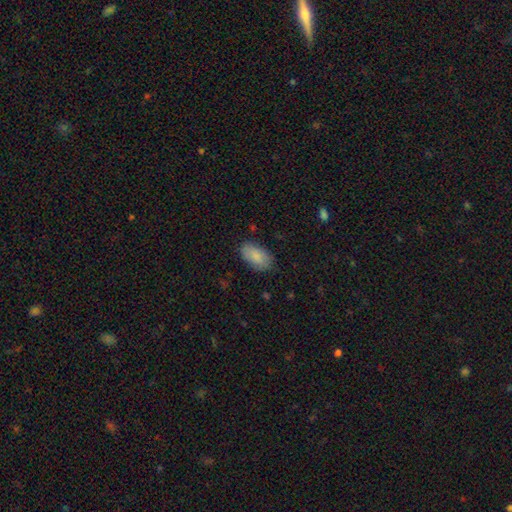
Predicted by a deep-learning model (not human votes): Smooth or featured? smooth (87%)
How rounded? in between (94%)
Merging? none (82%)